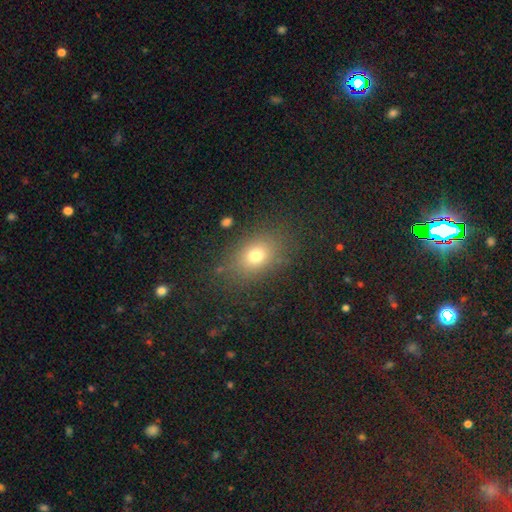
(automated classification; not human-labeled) smooth_or_featured: smooth (p=0.74) [alt: star or artifact p=0.14]
how_rounded: in between (p=0.71) [alt: round p=0.28]
merging: none (p=0.81) [alt: minor disturbance p=0.12]